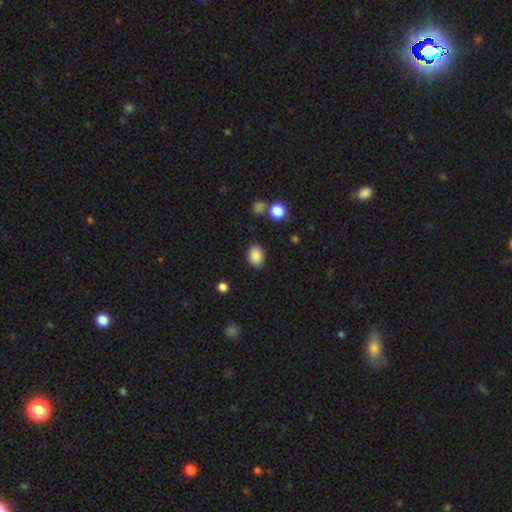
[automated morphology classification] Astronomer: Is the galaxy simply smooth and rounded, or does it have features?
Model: smooth — 87%.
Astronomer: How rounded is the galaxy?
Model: in between — 72%.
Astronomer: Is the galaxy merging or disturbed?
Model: none — 86%.